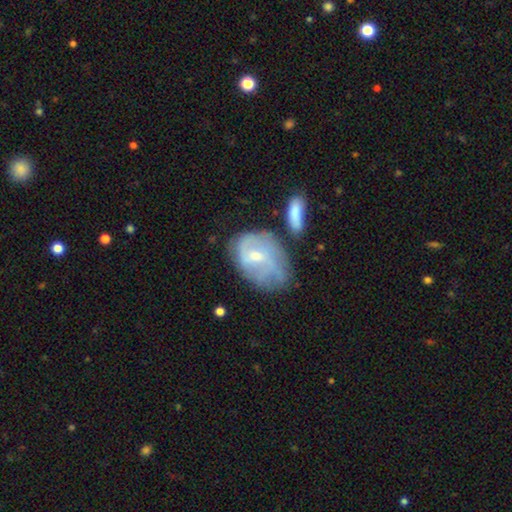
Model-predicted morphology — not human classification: smooth-or-featured: featured or disk: 62% | smooth: 31% | star or artifact: 7%
  disk-edge-on: no: 96% | yes: 4%
    bar: weak: 48% | no: 42% | strong: 10%
    has-spiral-arms: yes: 69% | no: 31%
    bulge-size: small: 57% | moderate: 37% | none: 3% | large: 2% | dominant: 1%
  merging: none: 39% | minor disturbance: 29% | major disturbance: 21% | merger: 12%